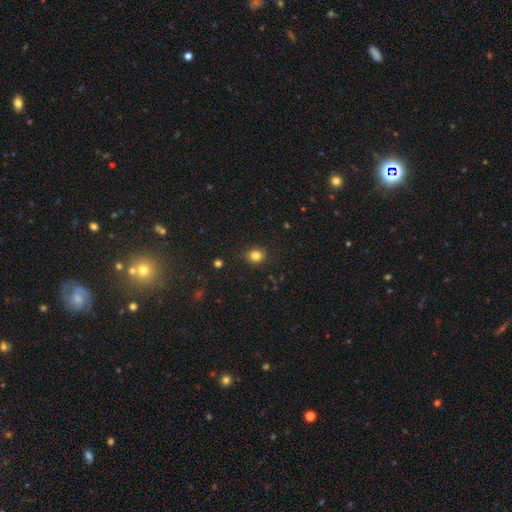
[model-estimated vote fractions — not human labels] smooth 82%, star or artifact 12%, featured or disk 5%. Down the decision tree: how rounded — round (75%); merging — none (86%).